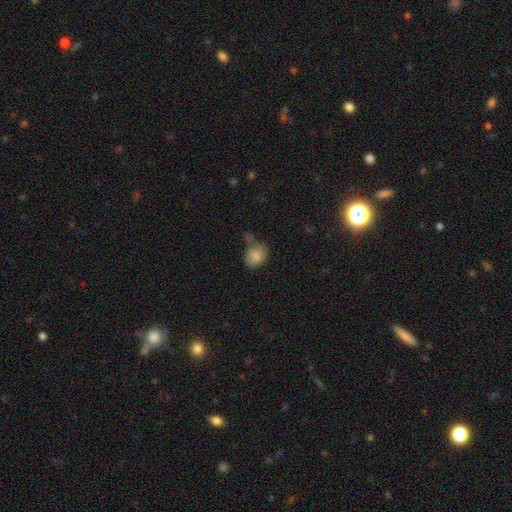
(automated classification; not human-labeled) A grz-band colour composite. It shows a smooth galaxy with no disk features (82%) that is in between round and cigar-shaped (64%). Merging: none (48%).